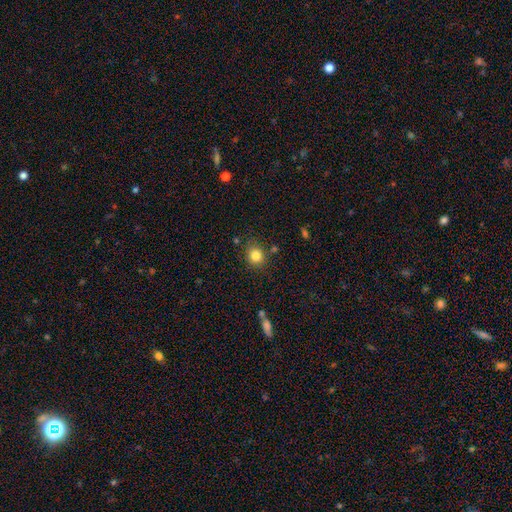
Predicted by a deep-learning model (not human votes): smooth_or_featured: smooth (p=0.82) [alt: star or artifact p=0.11]
how_rounded: round (p=0.73) [alt: in between p=0.26]
merging: none (p=0.82) [alt: minor disturbance p=0.11]